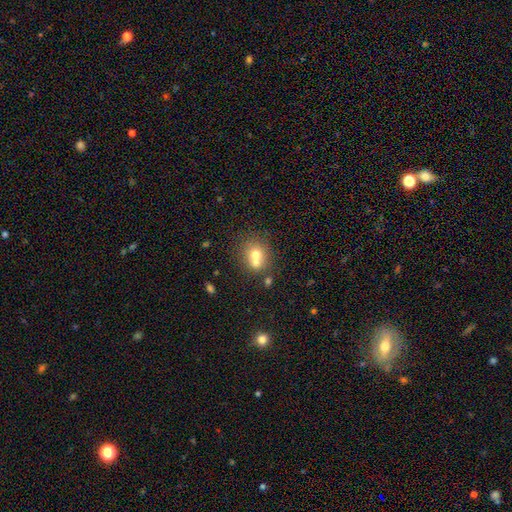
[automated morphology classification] Smooth or featured: smooth — 66% (featured or disk — 22%)
How rounded: round — 75% (in between — 24%)
Merging: merger — 51% (none — 38%)